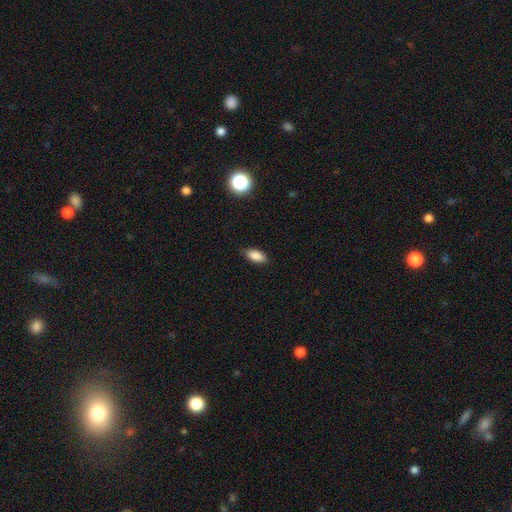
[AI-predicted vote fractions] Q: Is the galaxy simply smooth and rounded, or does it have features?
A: smooth — 86%.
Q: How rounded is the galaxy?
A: in between — 88%.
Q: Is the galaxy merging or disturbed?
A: none — 85%.